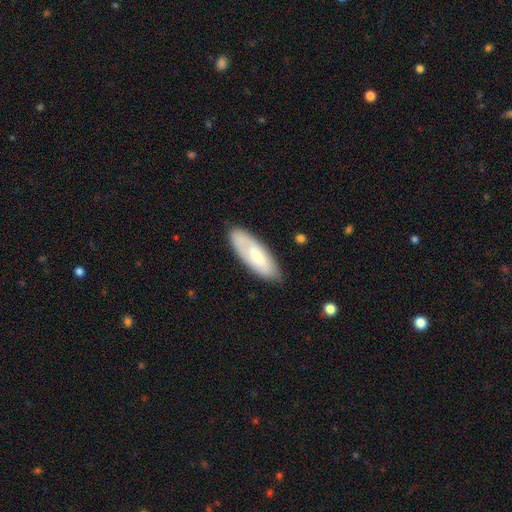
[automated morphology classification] smooth 65%, featured or disk 28%, star or artifact 6%. Down the decision tree: how rounded — in between (65%); merging — none (76%).